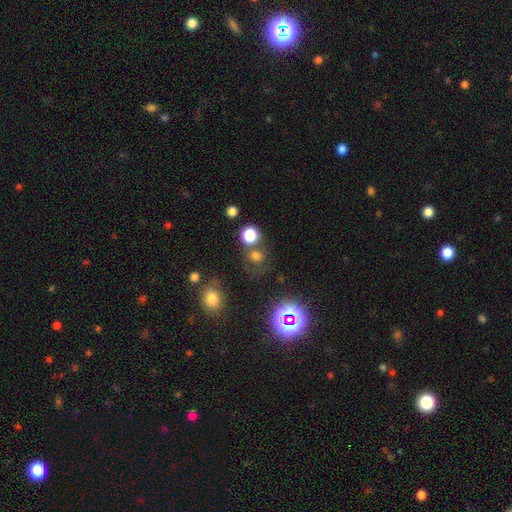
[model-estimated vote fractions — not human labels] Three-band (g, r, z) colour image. It shows a smooth galaxy with no disk features (64%) that is round (82%). Merging: none (63%).